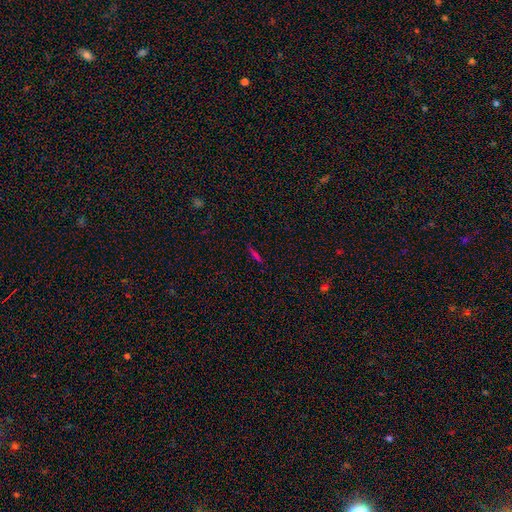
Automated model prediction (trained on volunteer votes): Smooth or featured? smooth (51%)
How rounded? cigar-shaped (85%)
Merging? none (87%)